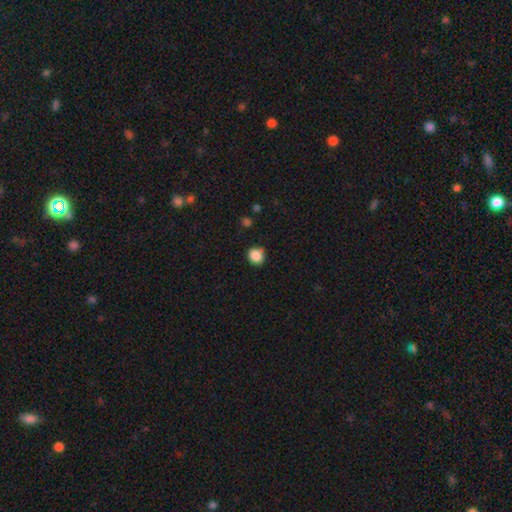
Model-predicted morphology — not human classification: Q: Smooth or featured?
A: smooth (86%); runner-up: star or artifact (10%)
Q: How rounded?
A: round (84%); runner-up: in between (15%)
Q: Merging?
A: none (75%); runner-up: minor disturbance (17%)